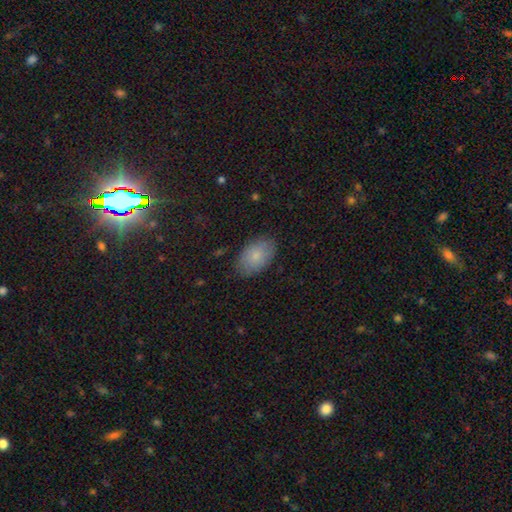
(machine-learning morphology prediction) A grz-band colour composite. It shows a smooth galaxy with no disk features (81%) that is in between round and cigar-shaped (92%). Merging: none (85%).